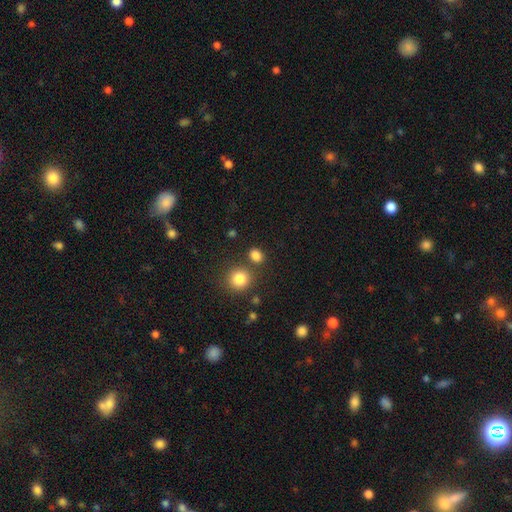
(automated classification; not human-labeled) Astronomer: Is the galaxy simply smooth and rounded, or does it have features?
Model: smooth — 83%.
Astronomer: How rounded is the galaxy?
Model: round — 54% (runner-up: in between, 45%).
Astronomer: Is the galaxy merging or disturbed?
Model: none — 74%.